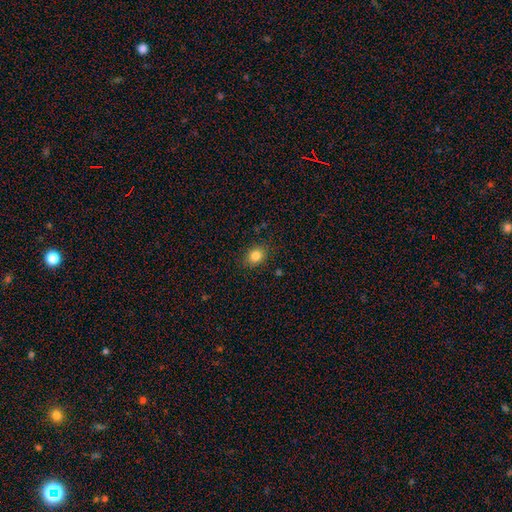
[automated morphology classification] Smooth or featured? smooth (83%)
How rounded? round (56%)
Merging? none (86%)